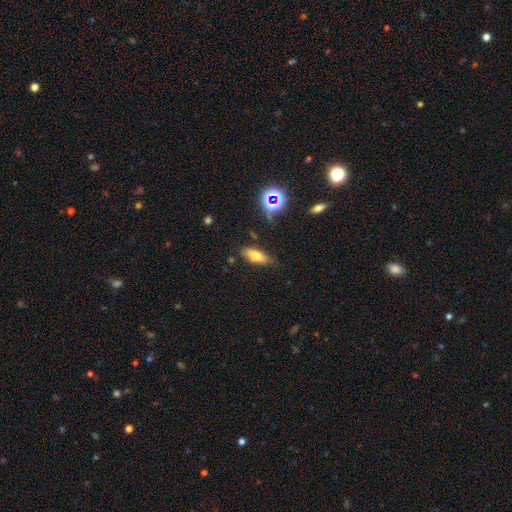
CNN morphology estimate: Smooth or featured: smooth — 67% (featured or disk — 21%)
How rounded: in between — 69% (cigar-shaped — 27%)
Merging: none — 77% (minor disturbance — 17%)